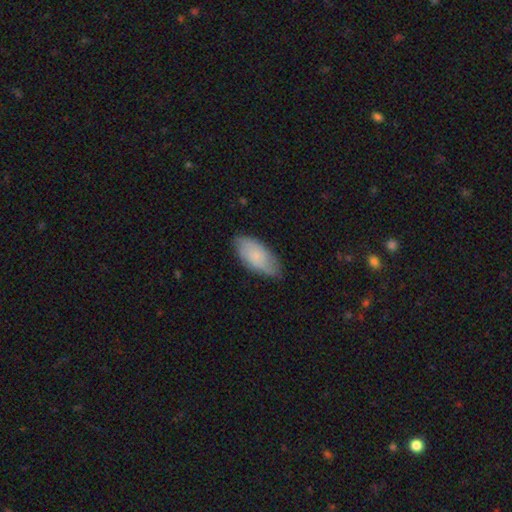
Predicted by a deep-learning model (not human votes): Smooth or featured? Predicted: smooth (p=0.69). How rounded? Predicted: in between (p=0.91). Merging? Predicted: none (p=0.73).